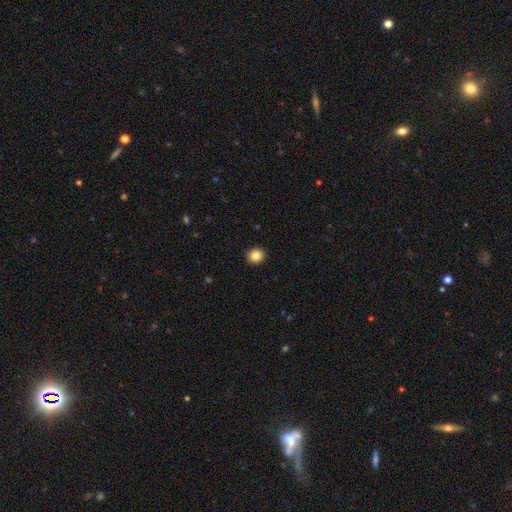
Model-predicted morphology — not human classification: This appears to be a smooth galaxy with no disk features (85%) that is round (88%). Merging: none (93%).